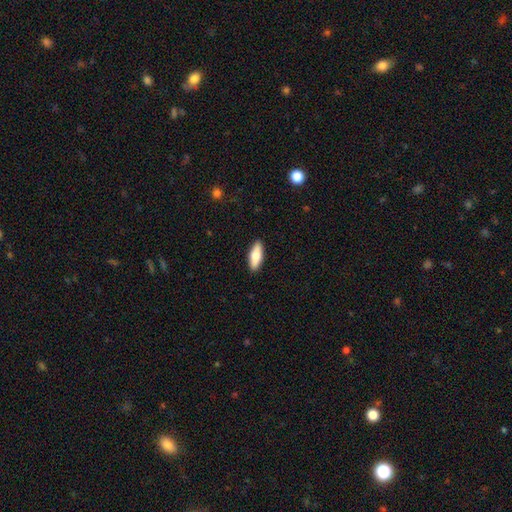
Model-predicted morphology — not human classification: This appears to be a smooth galaxy with no disk features (71%) that is in between round and cigar-shaped (65%). Merging: none (90%).